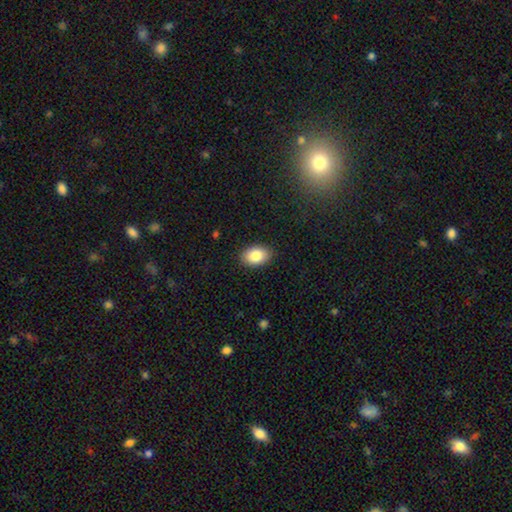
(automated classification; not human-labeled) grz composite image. It shows a smooth galaxy with no disk features (85%) that is in between round and cigar-shaped (86%). Merging: none (88%).